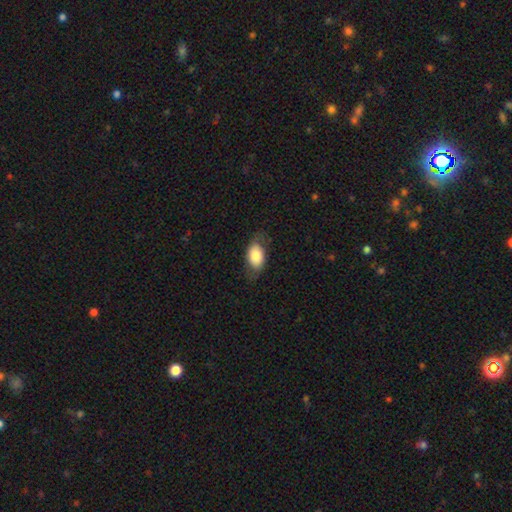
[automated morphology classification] The model was most divided on "merging": none: 71%, minor disturbance: 20%, major disturbance: 8%, merger: 1%. More confident: how rounded — in between (89%); smooth or featured — smooth (77%).